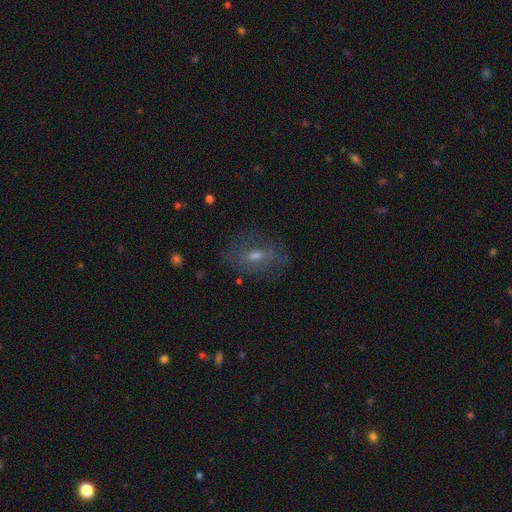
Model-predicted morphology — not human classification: Smooth or featured: featured or disk — 42% (smooth — 39%)
Merging: none — 74% (minor disturbance — 17%)